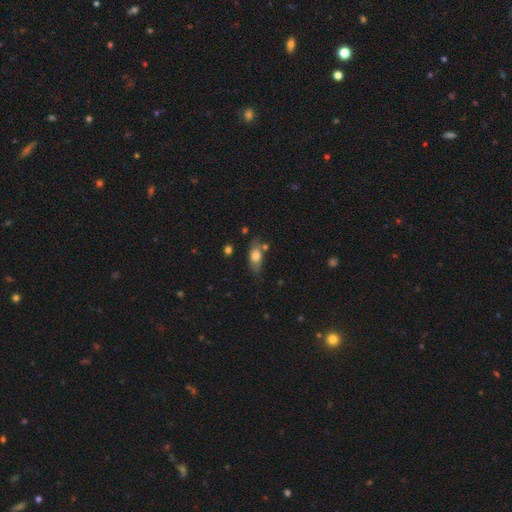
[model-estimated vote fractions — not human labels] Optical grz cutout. It shows a smooth galaxy with no disk features (72%) that is in between round and cigar-shaped (81%). Merging: none (61%).